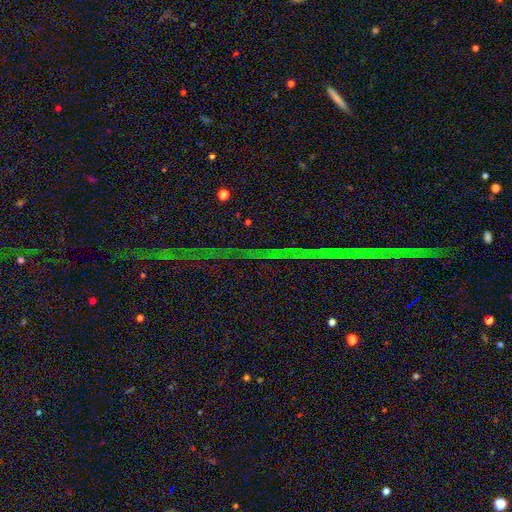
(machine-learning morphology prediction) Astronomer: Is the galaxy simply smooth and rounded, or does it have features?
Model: star or artifact — 84%.